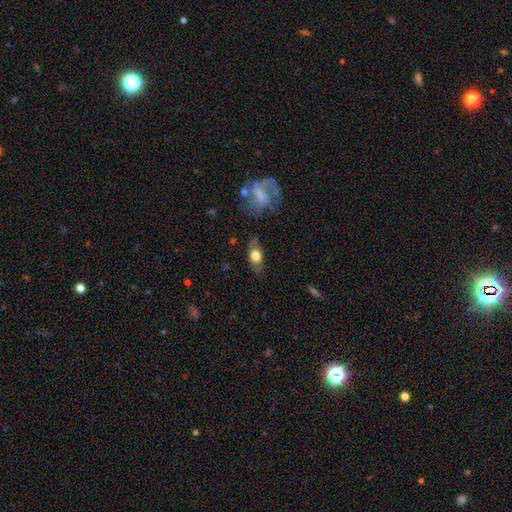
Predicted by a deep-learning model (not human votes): Q: Smooth or featured?
A: smooth (65%); runner-up: featured or disk (28%)
Q: How rounded?
A: in between (79%); runner-up: cigar-shaped (11%)
Q: Merging?
A: none (74%); runner-up: minor disturbance (18%)